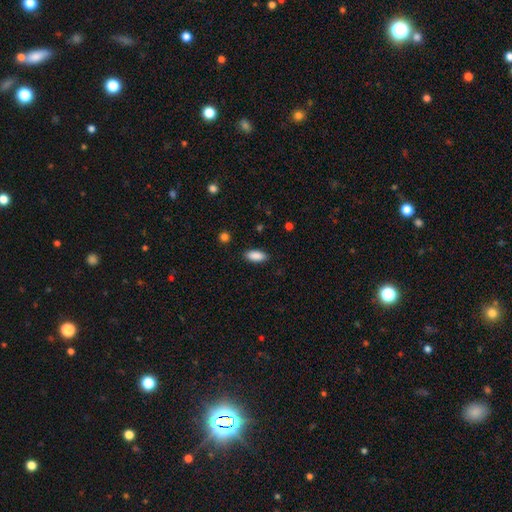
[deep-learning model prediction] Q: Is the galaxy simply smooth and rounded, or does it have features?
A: smooth — 90%.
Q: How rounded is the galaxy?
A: in between — 86%.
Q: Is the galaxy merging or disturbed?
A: none — 88%.